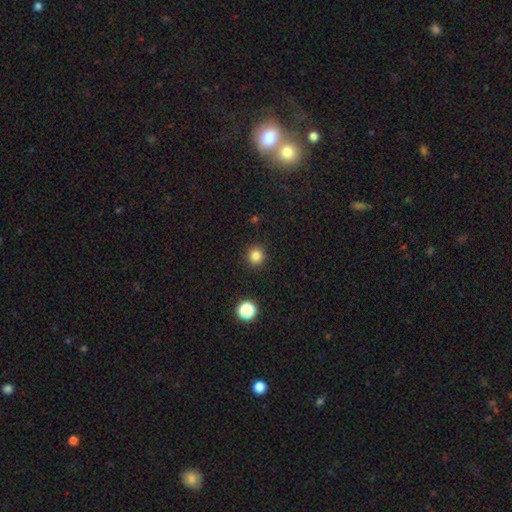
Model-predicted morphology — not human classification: This appears to be a smooth galaxy with no disk features (83%) that is round (94%). Merging: none (92%).